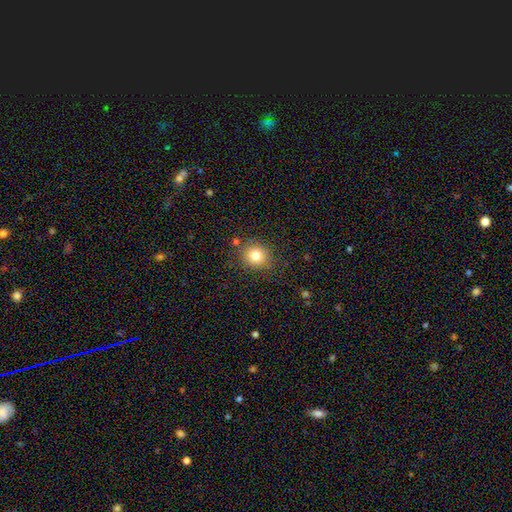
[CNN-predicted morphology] Smooth or featured? smooth (81%)
How rounded? round (83%)
Merging? none (84%)